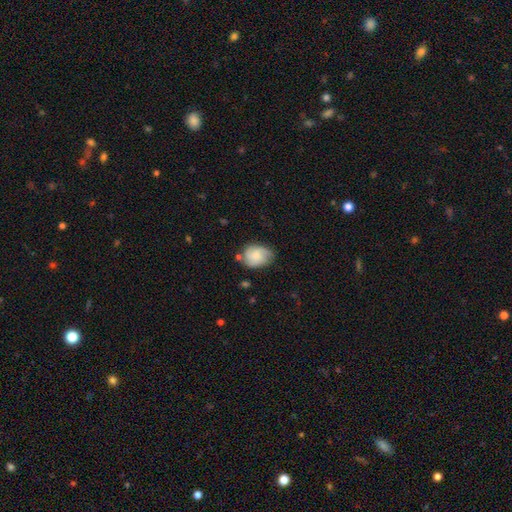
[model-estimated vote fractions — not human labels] Smooth or featured: smooth — 57% (featured or disk — 35%)
How rounded: in between — 63% (round — 36%)
Merging: none — 64% (minor disturbance — 24%)